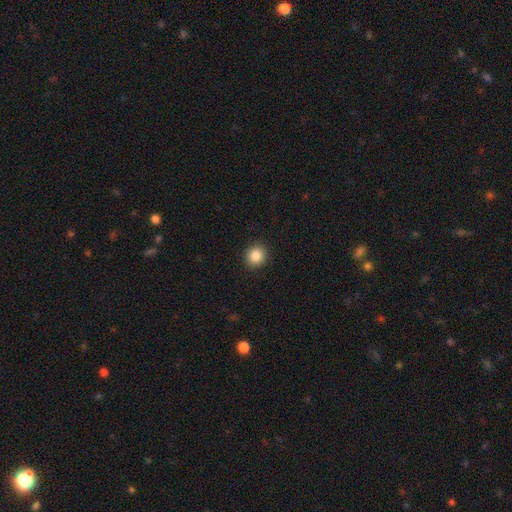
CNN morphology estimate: The model was most divided on "smooth or featured": smooth: 85%, star or artifact: 10%, featured or disk: 5%. More confident: merging — none (92%); how rounded — round (88%).